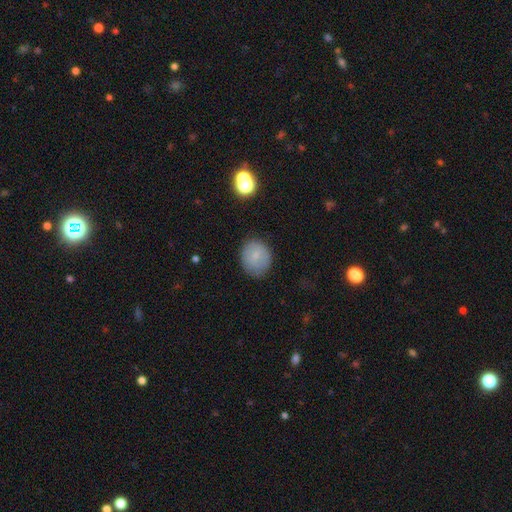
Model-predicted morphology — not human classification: Q: Smooth or featured?
A: smooth (76%); runner-up: featured or disk (15%)
Q: How rounded?
A: round (68%); runner-up: in between (31%)
Q: Merging?
A: none (75%); runner-up: minor disturbance (18%)